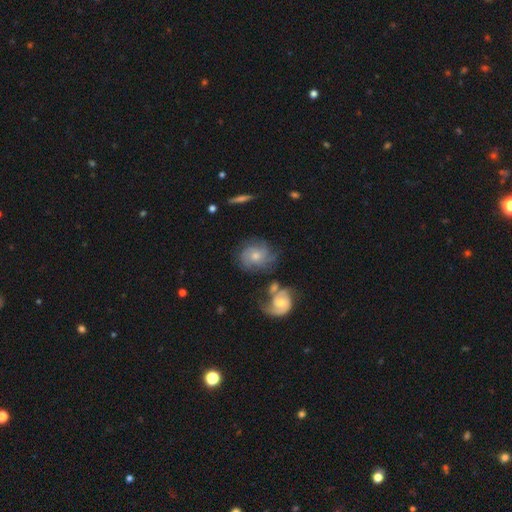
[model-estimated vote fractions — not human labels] smooth_or_featured: featured or disk (p=0.69) [alt: smooth p=0.23]
disk_edge_on: no (p=0.97) [alt: yes p=0.03]
bar: no (p=0.74) [alt: weak p=0.23]
has_spiral_arms: yes (p=0.90) [alt: no p=0.10]
spiral_winding: tight (p=0.43) [alt: medium p=0.40]
spiral_arm_count: can't tell (p=0.29) [tied with: 3 p=0.29]
bulge_size: moderate (p=0.57) [alt: small p=0.36]
merging: none (p=0.55) [alt: minor disturbance p=0.18]